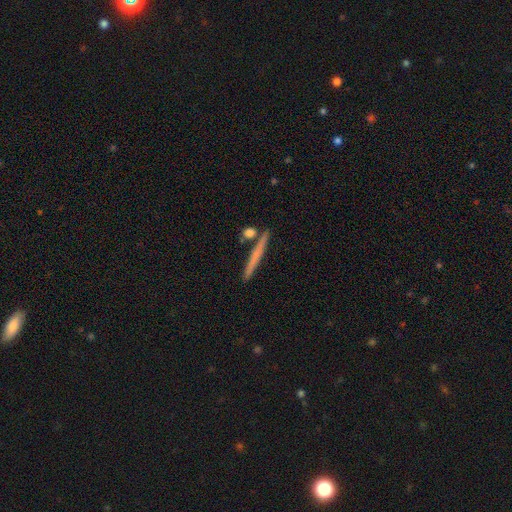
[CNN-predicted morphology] This appears to be a smooth galaxy with no disk features (57%) that is cigar-shaped (96%). Merging: none (85%).